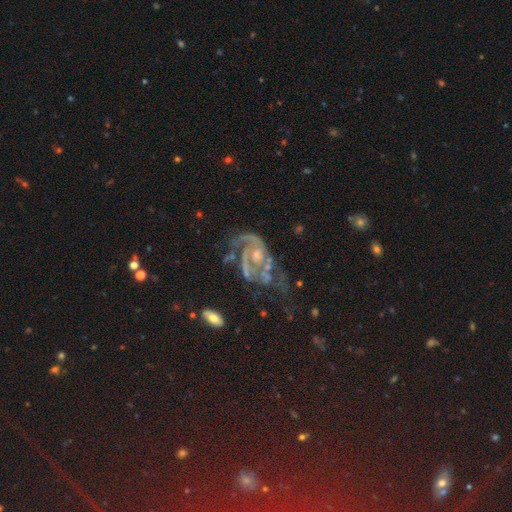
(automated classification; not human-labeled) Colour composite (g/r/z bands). It shows a featured or disk galaxy (84%) with no bar (63%), 2 (56%) medium (45%) spiral arms (89%) and a small central bulge (47%). Merging: major disturbance (38%).